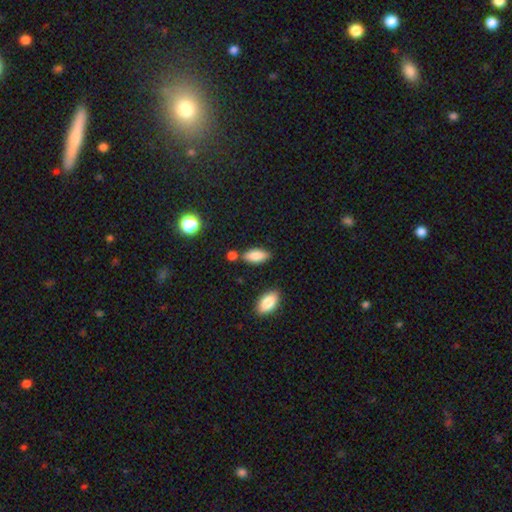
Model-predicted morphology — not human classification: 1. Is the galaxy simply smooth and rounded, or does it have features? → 84% smooth, 8% featured or disk, 7% star or artifact.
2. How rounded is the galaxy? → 85% in between, 12% cigar-shaped, 3% round.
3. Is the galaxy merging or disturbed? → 75% none, 14% minor disturbance, 8% merger, 3% major disturbance.